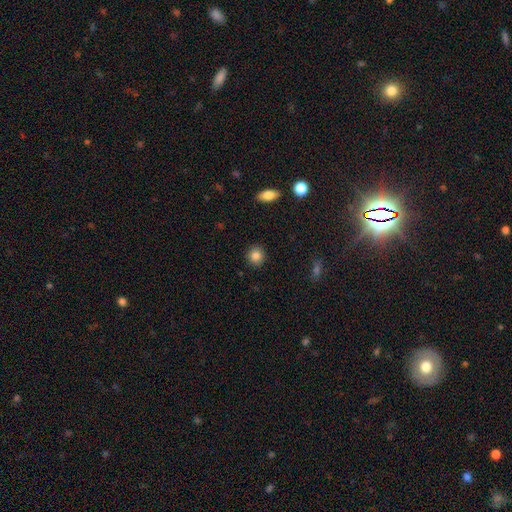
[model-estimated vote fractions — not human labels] smooth-or-featured: smooth: 85% | star or artifact: 10% | featured or disk: 6%
  how-rounded: round: 88% | in between: 11% | cigar-shaped: 1%
  merging: none: 91% | minor disturbance: 6% | major disturbance: 2% | merger: 1%